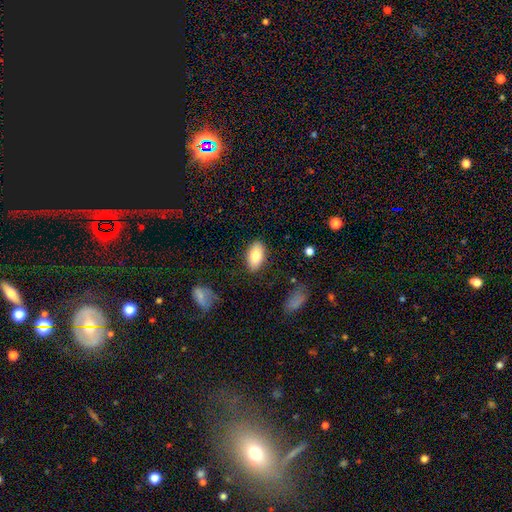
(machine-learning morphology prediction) Smooth or featured?
  - smooth: 80% *
  - featured or disk: 13%
  - star or artifact: 7%
How rounded?
  - in between: 93% *
  - round: 4%
  - cigar-shaped: 3%
Merging?
  - none: 84% *
  - minor disturbance: 11%
  - major disturbance: 3%
  - merger: 2%